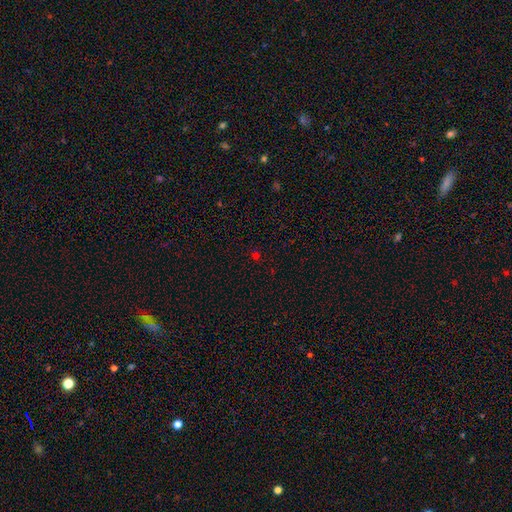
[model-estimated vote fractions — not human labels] smooth_or_featured: smooth (p=0.54) [alt: star or artifact p=0.41]
how_rounded: round (p=0.84) [alt: in between p=0.15]
merging: none (p=0.84) [alt: minor disturbance p=0.09]